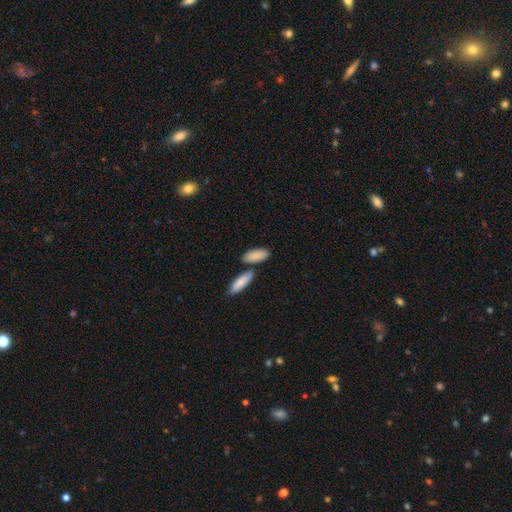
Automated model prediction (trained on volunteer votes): This is clearly a smooth galaxy (87%). How rounded: likely in between (78%). Merging: likely none (65%).